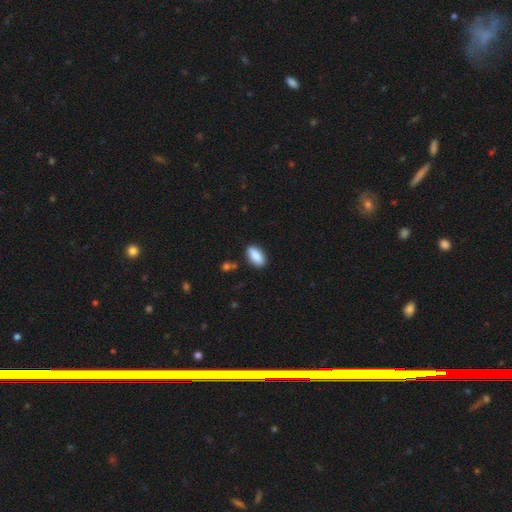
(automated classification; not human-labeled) Overall: smooth (87%). How rounded: in between (89%). Merging: none (86%).